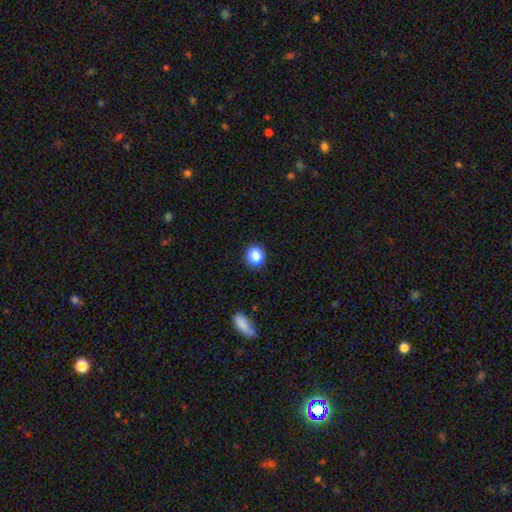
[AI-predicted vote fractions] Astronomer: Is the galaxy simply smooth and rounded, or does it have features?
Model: smooth — 87%.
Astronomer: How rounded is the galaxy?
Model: round — 79%.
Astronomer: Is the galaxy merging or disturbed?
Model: none — 87%.